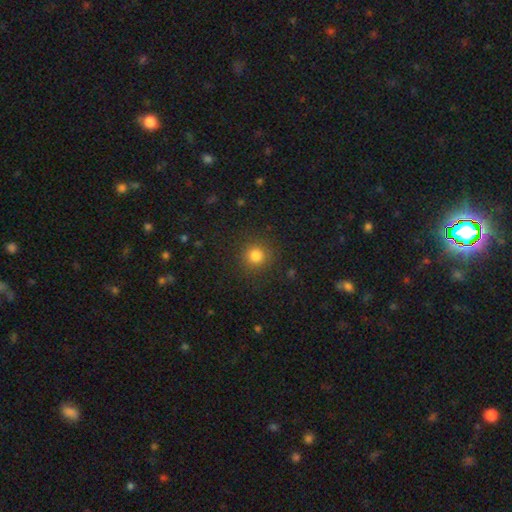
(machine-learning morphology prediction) smooth_or_featured: smooth (p=0.82) [alt: star or artifact p=0.13]
how_rounded: round (p=0.93) [alt: in between p=0.06]
merging: none (p=0.88) [alt: minor disturbance p=0.07]